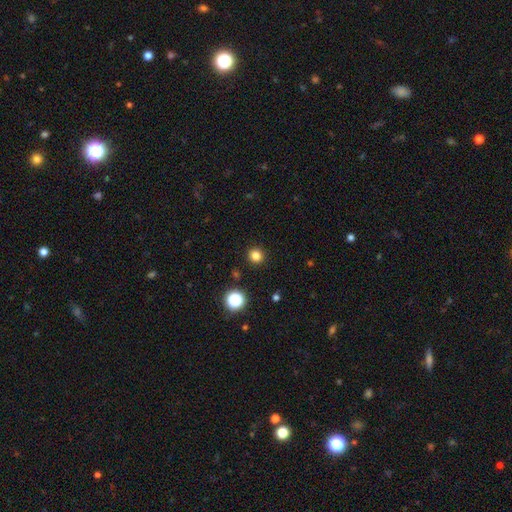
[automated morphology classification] A smooth galaxy with no disk features (82%) that is round (94%).

Vote fractions:
- Smooth or featured? smooth: 82% / star or artifact: 14% / featured or disk: 4%
- How rounded? round: 94% / in between: 5% / cigar-shaped: 1%
- Merging? none: 92% / minor disturbance: 5% / major disturbance: 2% / merger: 1%